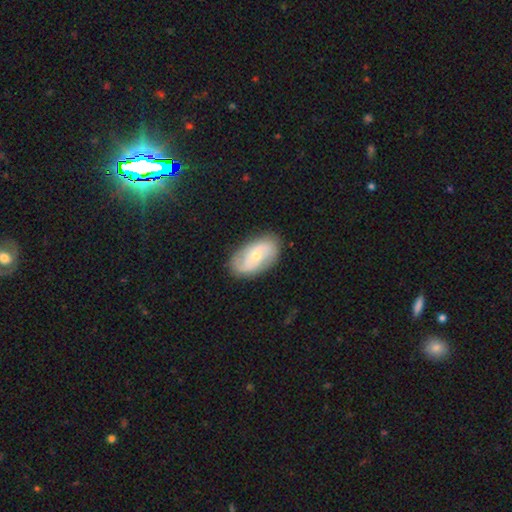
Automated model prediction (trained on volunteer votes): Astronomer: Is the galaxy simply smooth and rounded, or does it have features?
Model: featured or disk — 63%.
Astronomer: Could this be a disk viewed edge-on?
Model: no — 94%.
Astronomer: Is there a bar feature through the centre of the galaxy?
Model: no — 64%.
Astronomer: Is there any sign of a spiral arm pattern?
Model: yes — 82%.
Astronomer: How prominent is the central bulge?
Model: small — 55% (runner-up: moderate, 41%).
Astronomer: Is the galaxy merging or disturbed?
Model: none — 81%.